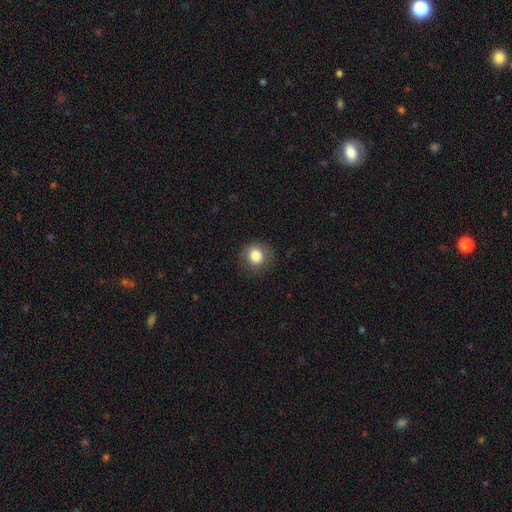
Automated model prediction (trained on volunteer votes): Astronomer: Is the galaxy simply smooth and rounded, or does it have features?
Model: smooth — 83%.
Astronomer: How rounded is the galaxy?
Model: round — 86%.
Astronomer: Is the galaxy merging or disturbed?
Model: none — 86%.